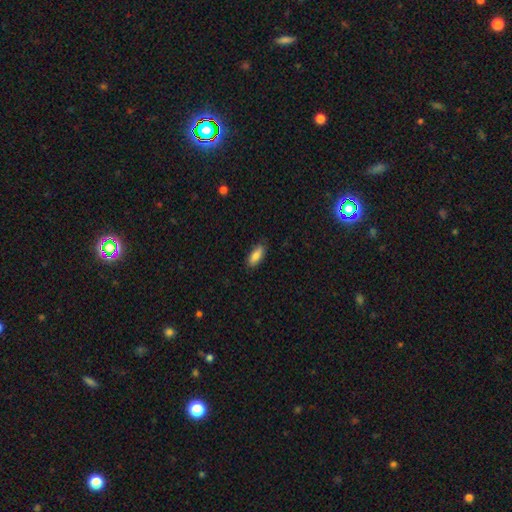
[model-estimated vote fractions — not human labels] The model was most divided on "how rounded": in between: 80%, cigar-shaped: 18%, round: 2%. More confident: smooth or featured — smooth (85%); merging — none (82%).